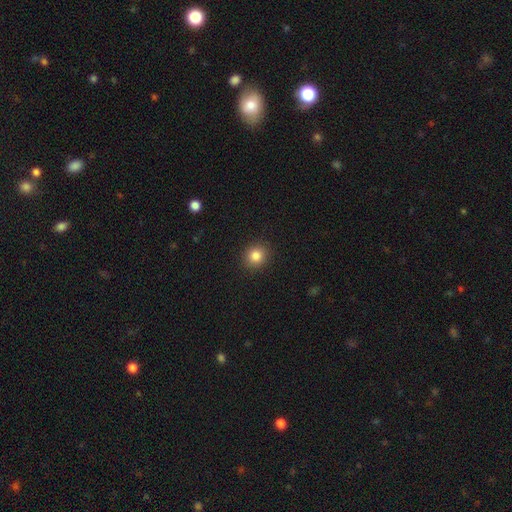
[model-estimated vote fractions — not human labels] smooth_or_featured: smooth (p=0.85) [alt: star or artifact p=0.10]
how_rounded: round (p=0.80) [alt: in between p=0.19]
merging: none (p=0.91) [alt: minor disturbance p=0.06]